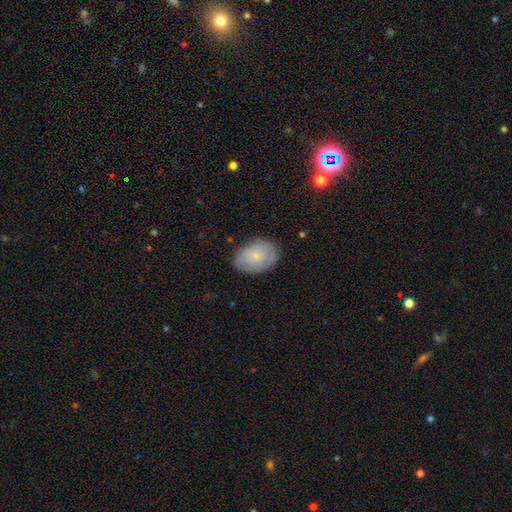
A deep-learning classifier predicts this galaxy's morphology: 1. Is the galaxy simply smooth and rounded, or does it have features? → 71% smooth, 22% featured or disk, 7% star or artifact.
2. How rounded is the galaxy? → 81% in between, 18% round, 1% cigar-shaped.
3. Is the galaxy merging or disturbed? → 82% none, 14% minor disturbance, 3% major disturbance, 1% merger.